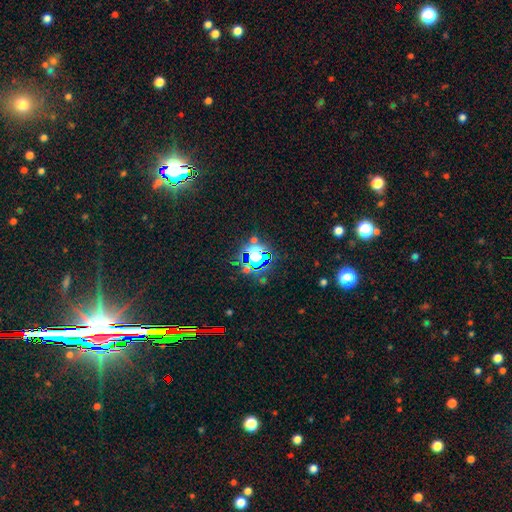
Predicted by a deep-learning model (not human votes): Overall: star or artifact (64%; smooth 25%).